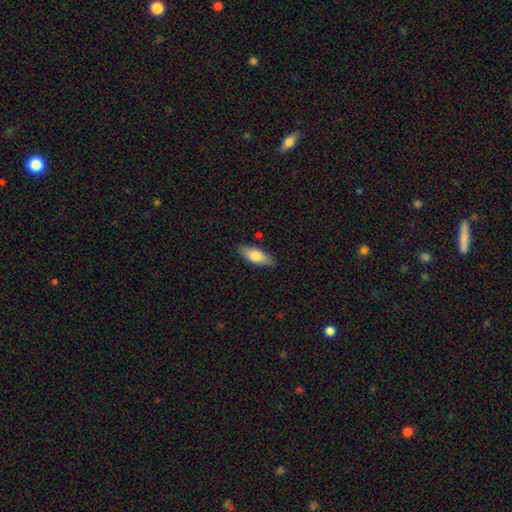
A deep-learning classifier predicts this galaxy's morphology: Overall: smooth (74%). How rounded: in between (71%). Merging: none (86%).